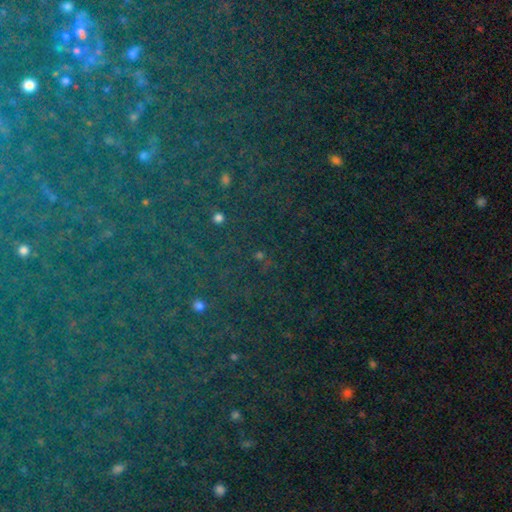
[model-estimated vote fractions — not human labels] The model was most divided on "smooth or featured": star or artifact: 82%, smooth: 10%, featured or disk: 8%.